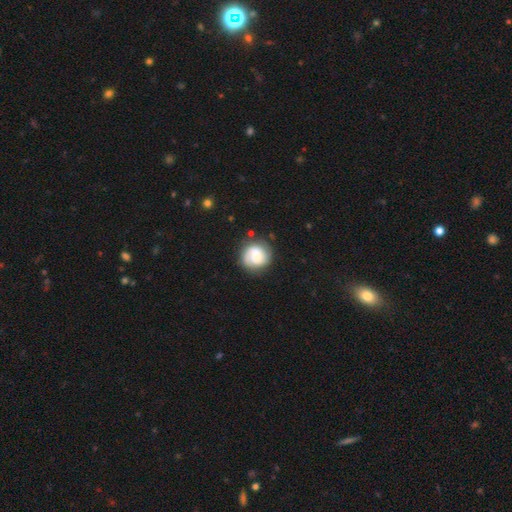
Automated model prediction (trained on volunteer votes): Morphology: type=featured or disk (59%); edge-on=no (98%); bar=weak (47%); spiral arms=yes (89%); winding=medium (41%); arm count=2 (75%); bulge=moderate (44%); merging=none (78%).